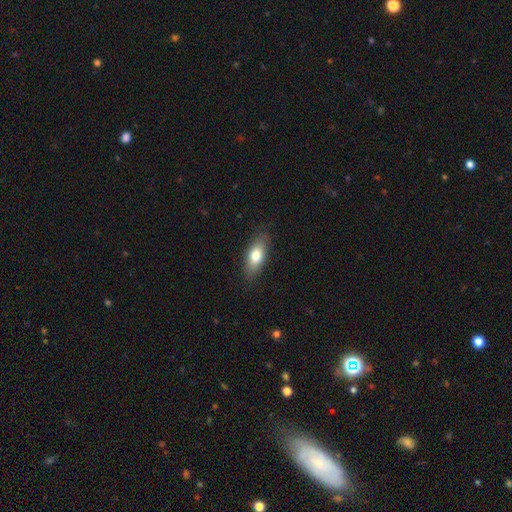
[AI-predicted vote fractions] smooth-or-featured: smooth: 76% | featured or disk: 17% | star or artifact: 7%
  how-rounded: in between: 80% | cigar-shaped: 16% | round: 4%
  merging: none: 84% | minor disturbance: 13% | major disturbance: 3% | merger: 1%